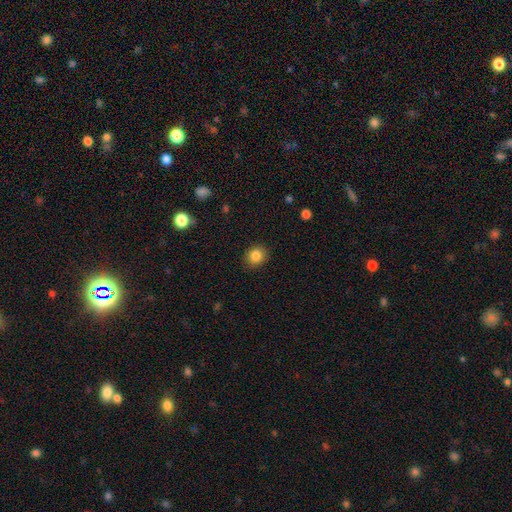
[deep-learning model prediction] Morphology: type=smooth (84%); roundness=round (77%); merging=none (90%).